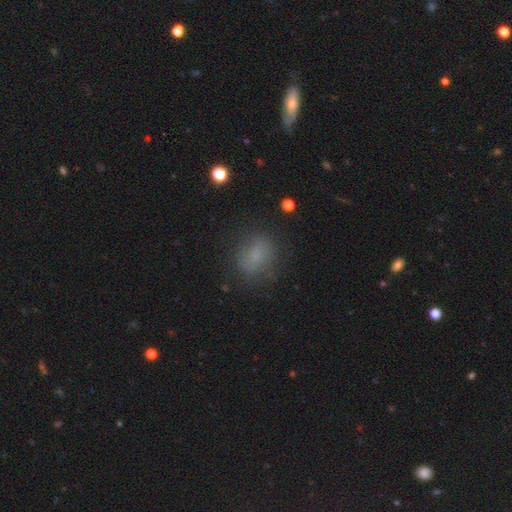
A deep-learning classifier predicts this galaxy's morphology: smooth 74%, star or artifact 16%, featured or disk 10%. Down the decision tree: how rounded — round (52%); merging — none (76%).